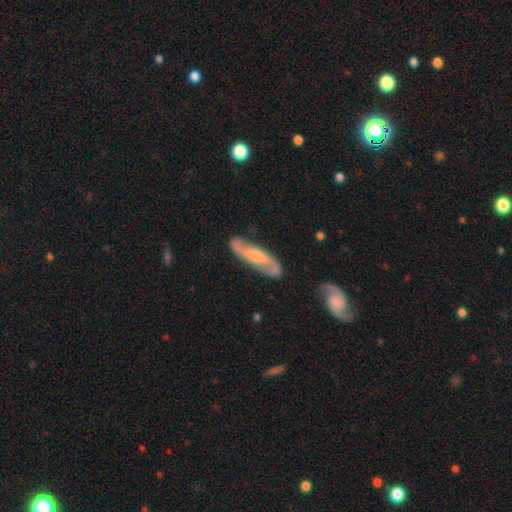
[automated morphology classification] A featured or disk galaxy (78%) with a weak bar (41%), 2 (89%) medium (49%) spiral arms (94%) and a moderate central bulge (45%).

Vote fractions:
- Smooth or featured? featured or disk: 78% / smooth: 17% / star or artifact: 5%
- Edge-on disk? no: 83% / yes: 17%
- Bar? weak: 41% / no: 37% / strong: 21%
- Spiral arms? yes: 94% / no: 6%
- Spiral winding? medium: 49% / loose: 28% / tight: 23%
- Spiral arm count? 2: 89% / can't tell: 6% / 1: 2% / 3: 1% / 4: 1% / more than 4: 1%
- Bulge size? moderate: 45% / small: 29% / large: 13% / none: 11% / dominant: 2%
- Merging? none: 78% / minor disturbance: 14% / major disturbance: 4% / merger: 3%